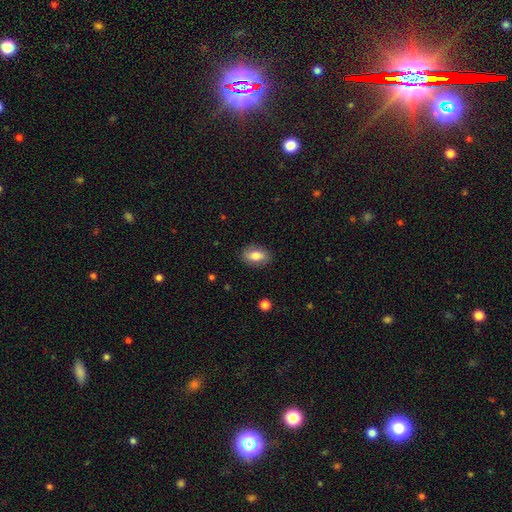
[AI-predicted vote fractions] smooth_or_featured: smooth (p=0.77) [alt: featured or disk p=0.16]
how_rounded: in between (p=0.88) [alt: round p=0.09]
merging: none (p=0.84) [alt: minor disturbance p=0.12]